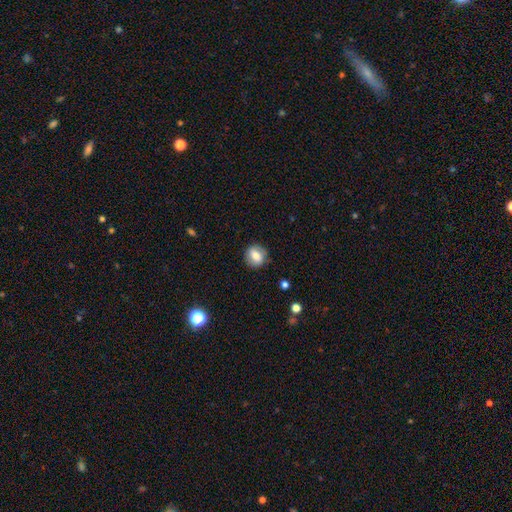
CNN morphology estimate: A smooth galaxy with no disk features (70%) that is round (77%).

Vote fractions:
- Smooth or featured? smooth: 70% / featured or disk: 22% / star or artifact: 9%
- How rounded? round: 77% / in between: 22% / cigar-shaped: 1%
- Merging? none: 85% / minor disturbance: 11% / major disturbance: 3% / merger: 1%